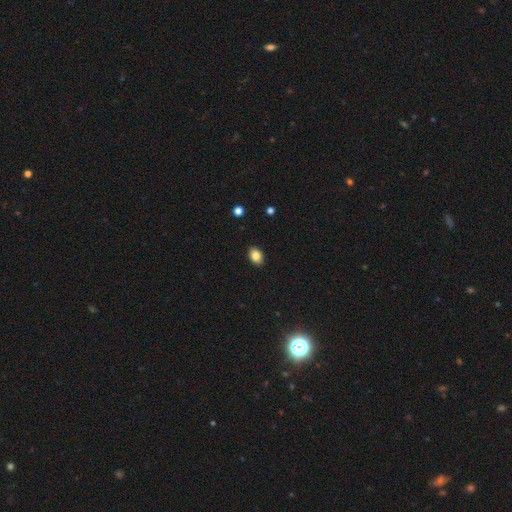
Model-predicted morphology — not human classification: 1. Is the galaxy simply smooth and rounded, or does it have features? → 84% smooth, 9% star or artifact, 8% featured or disk.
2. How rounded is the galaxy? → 79% in between, 20% round, 1% cigar-shaped.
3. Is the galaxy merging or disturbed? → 90% none, 8% minor disturbance, 2% major disturbance, 1% merger.